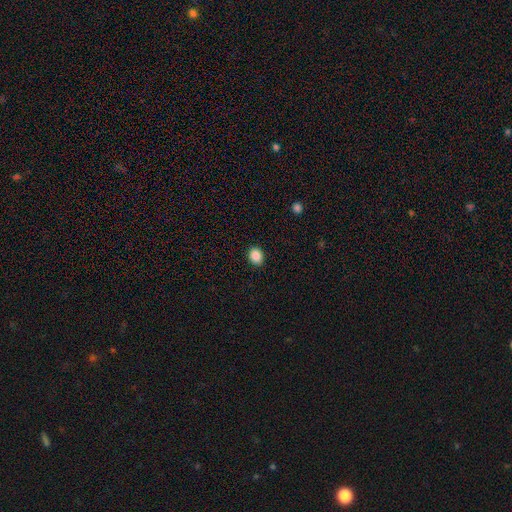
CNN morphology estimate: Smooth or featured: smooth — 88% (star or artifact — 9%)
How rounded: round — 54% (in between — 45%)
Merging: none — 91% (minor disturbance — 6%)